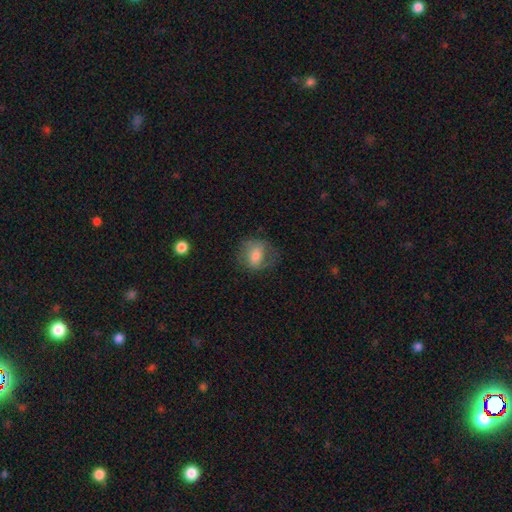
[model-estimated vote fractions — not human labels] Morphology: type=smooth (64%); roundness=round (50%); merging=none (63%).